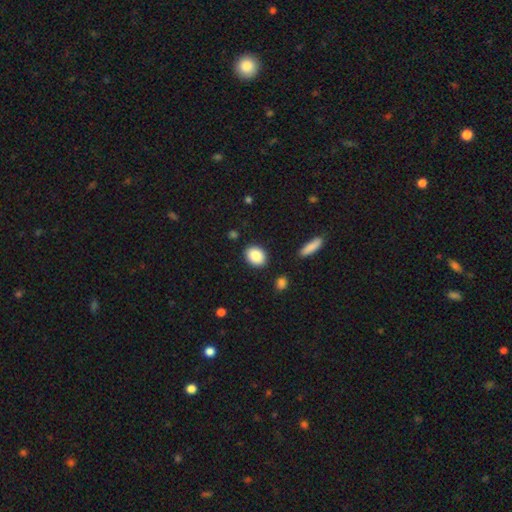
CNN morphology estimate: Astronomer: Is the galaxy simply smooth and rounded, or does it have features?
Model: smooth — 88%.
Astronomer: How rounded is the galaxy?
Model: in between — 65%.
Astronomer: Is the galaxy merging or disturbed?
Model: none — 88%.